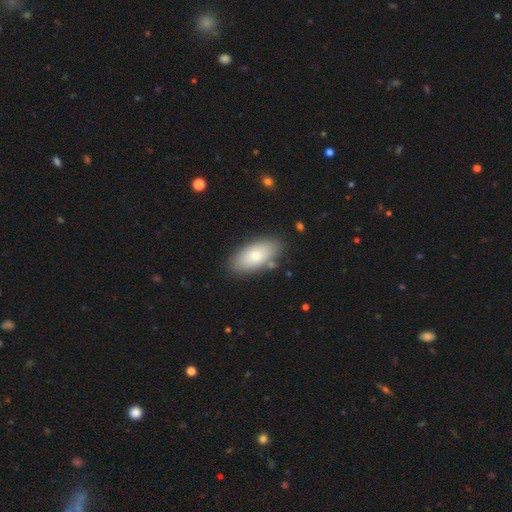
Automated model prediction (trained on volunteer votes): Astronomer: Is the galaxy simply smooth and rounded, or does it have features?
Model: smooth — 76%.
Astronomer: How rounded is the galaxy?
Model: in between — 90%.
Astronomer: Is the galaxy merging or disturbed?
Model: none — 81%.